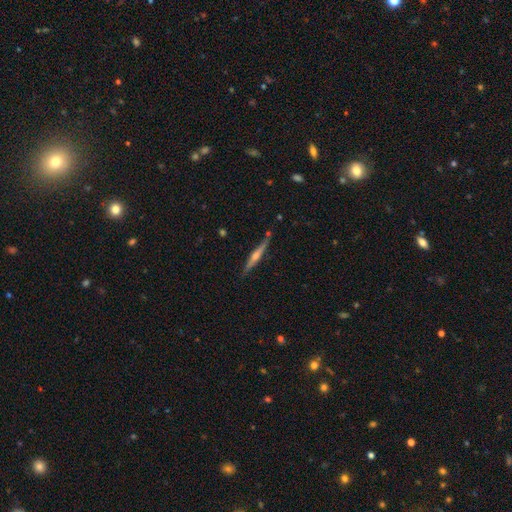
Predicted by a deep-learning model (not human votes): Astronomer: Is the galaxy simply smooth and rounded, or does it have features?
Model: featured or disk — 72%.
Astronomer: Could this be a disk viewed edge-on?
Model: yes — 98%.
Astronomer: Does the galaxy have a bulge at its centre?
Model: rounded — 82%.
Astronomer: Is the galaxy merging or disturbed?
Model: none — 84%.